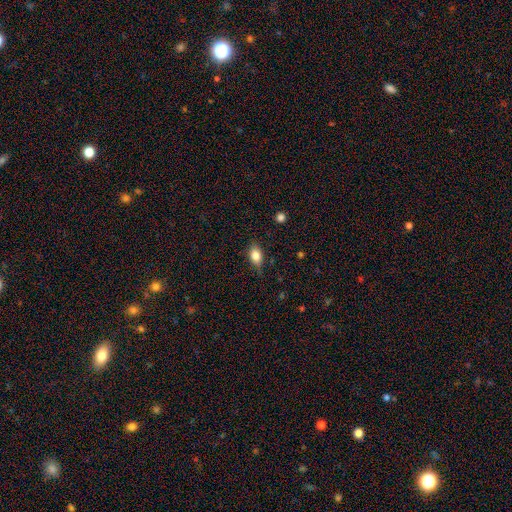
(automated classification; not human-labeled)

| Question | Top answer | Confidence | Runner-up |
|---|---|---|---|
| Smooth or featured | smooth | 81% | featured or disk (11%) |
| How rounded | in between | 83% | round (13%) |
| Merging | none | 75% | minor disturbance (20%) |